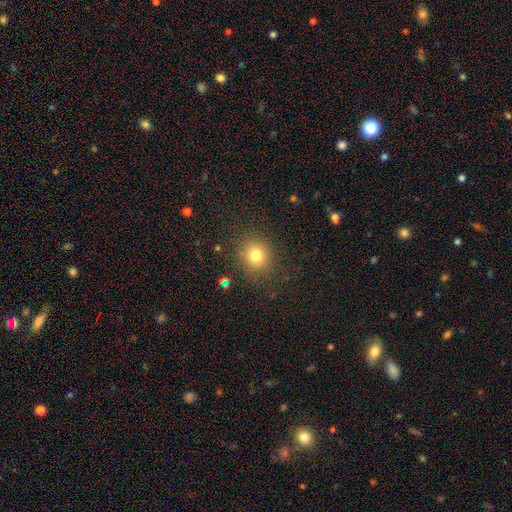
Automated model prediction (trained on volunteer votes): smooth_or_featured: smooth (p=0.78) [alt: star or artifact p=0.15]
how_rounded: round (p=0.83) [alt: in between p=0.16]
merging: none (p=0.85) [alt: minor disturbance p=0.09]